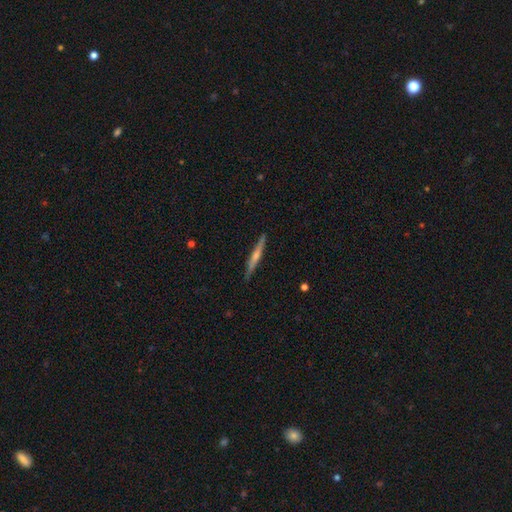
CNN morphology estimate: Smooth or featured?
  - featured or disk: 67% *
  - smooth: 27%
  - star or artifact: 6%
Edge-on disk?
  - yes: 98% *
  - no: 2%
Edge-on bulge?
  - rounded: 74% *
  - none: 20%
  - boxy: 6%
Merging?
  - none: 90% *
  - minor disturbance: 7%
  - major disturbance: 1%
  - merger: 1%